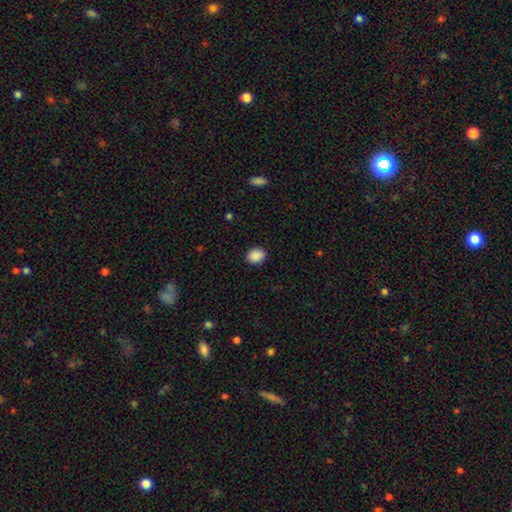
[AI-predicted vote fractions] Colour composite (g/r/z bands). It shows a smooth galaxy with no disk features (90%) that is in between round and cigar-shaped (56%). Merging: none (89%).